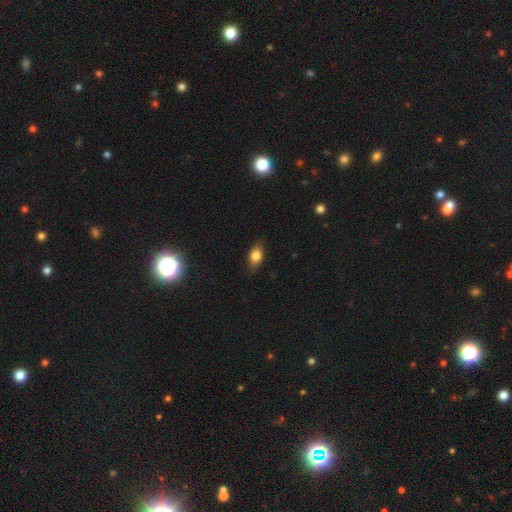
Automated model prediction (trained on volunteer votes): Smooth or featured? smooth (78%)
How rounded? in between (81%)
Merging? none (81%)